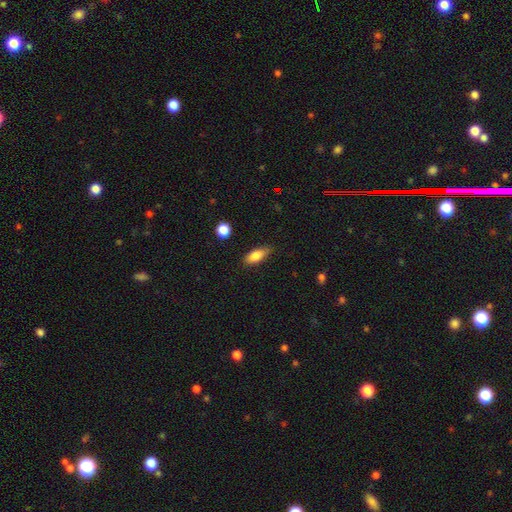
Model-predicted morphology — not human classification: Smooth or featured? smooth (82%)
How rounded? in between (79%)
Merging? none (77%)